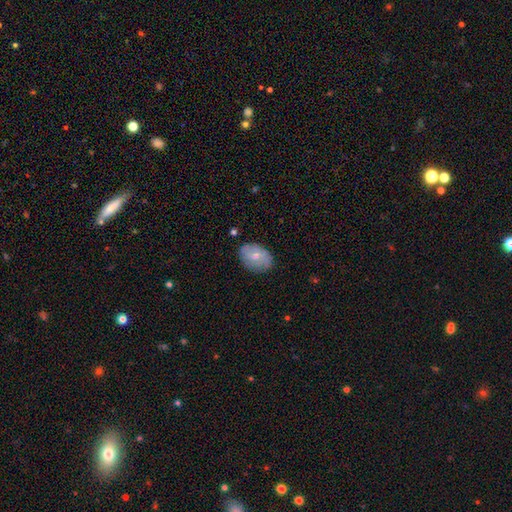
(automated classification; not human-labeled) smooth-or-featured: smooth: 61% | featured or disk: 32% | star or artifact: 7%
  how-rounded: in between: 79% | round: 19% | cigar-shaped: 1%
  merging: none: 74% | minor disturbance: 20% | major disturbance: 5% | merger: 2%